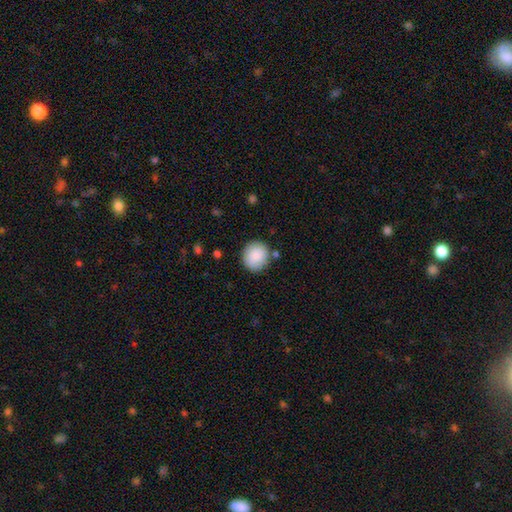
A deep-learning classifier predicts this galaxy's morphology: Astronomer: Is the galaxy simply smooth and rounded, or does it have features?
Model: smooth — 88%.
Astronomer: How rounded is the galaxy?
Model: round — 88%.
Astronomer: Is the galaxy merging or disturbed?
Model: none — 83%.